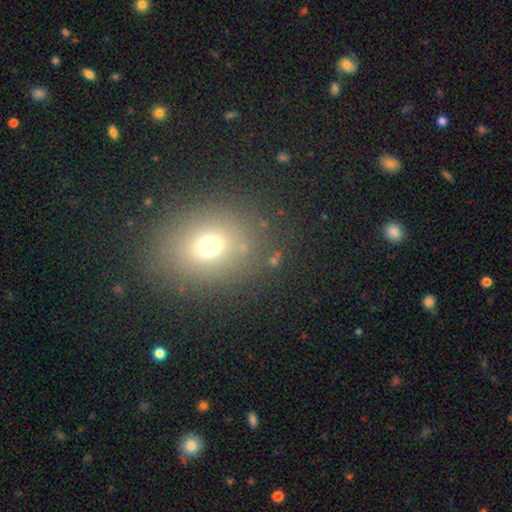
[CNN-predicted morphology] The model was most divided on "how rounded": in between: 54%, round: 45%, cigar-shaped: 1%. More confident: merging — none (87%); smooth or featured — smooth (66%).